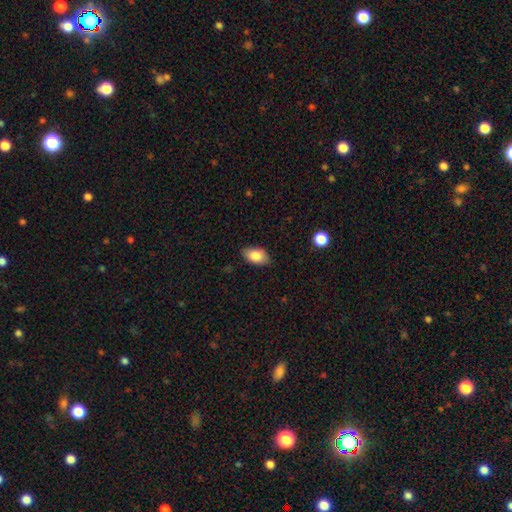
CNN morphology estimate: This appears to be a smooth galaxy with no disk features (84%) that is in between round and cigar-shaped (92%). Merging: none (84%).